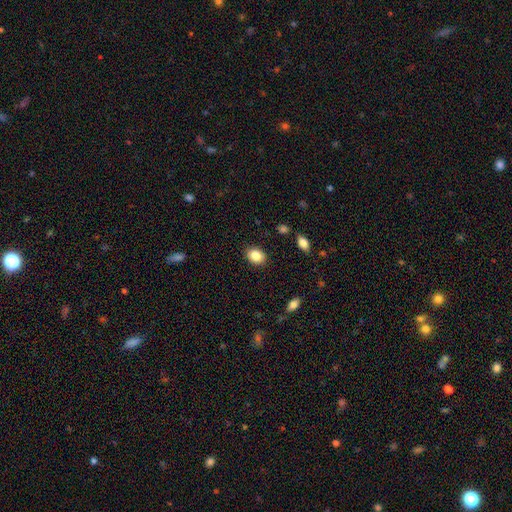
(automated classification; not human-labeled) A smooth galaxy with no disk features (86%) that is in between round and cigar-shaped (65%). Merging: none (88%).